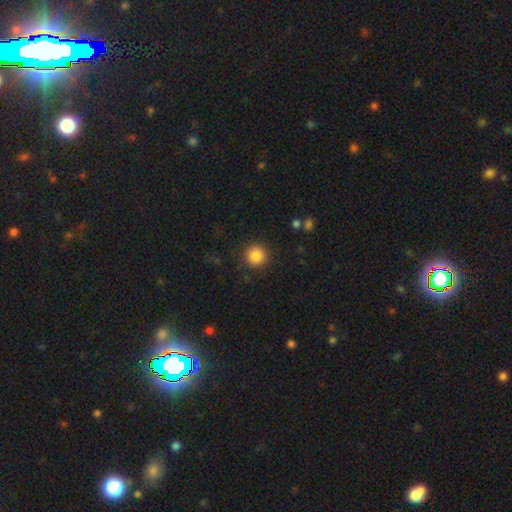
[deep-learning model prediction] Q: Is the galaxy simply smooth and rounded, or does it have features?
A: smooth — 86%.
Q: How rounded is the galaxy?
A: round — 95%.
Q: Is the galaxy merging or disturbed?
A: none — 90%.